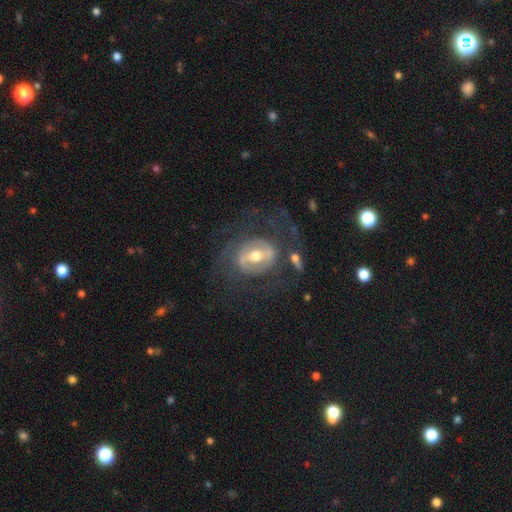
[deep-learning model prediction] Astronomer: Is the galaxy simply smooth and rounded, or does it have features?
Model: featured or disk — 79%.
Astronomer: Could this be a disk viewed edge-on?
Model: no — 95%.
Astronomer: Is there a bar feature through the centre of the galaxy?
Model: weak — 39%, tied with strong at 39%.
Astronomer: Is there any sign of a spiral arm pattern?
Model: yes — 68%.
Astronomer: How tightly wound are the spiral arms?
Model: medium — 39% (runner-up: tight, 37%).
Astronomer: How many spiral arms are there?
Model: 2 — 55%.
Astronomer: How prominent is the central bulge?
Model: moderate — 70%.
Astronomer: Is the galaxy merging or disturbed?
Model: none — 57%.